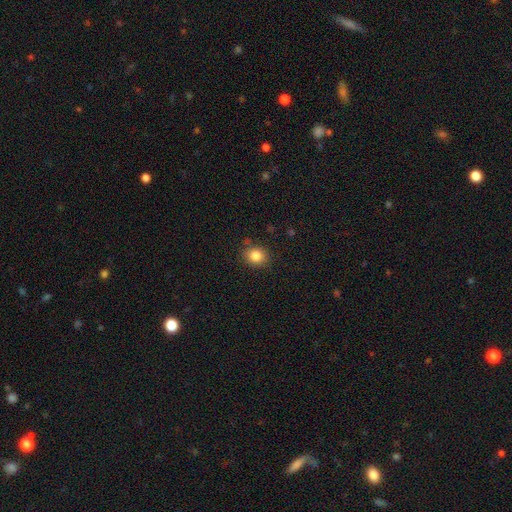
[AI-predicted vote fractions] Smooth or featured?
  - smooth: 84% *
  - star or artifact: 10%
  - featured or disk: 5%
How rounded?
  - round: 69% *
  - in between: 31%
  - cigar-shaped: 1%
Merging?
  - none: 84% *
  - minor disturbance: 11%
  - major disturbance: 3%
  - merger: 2%